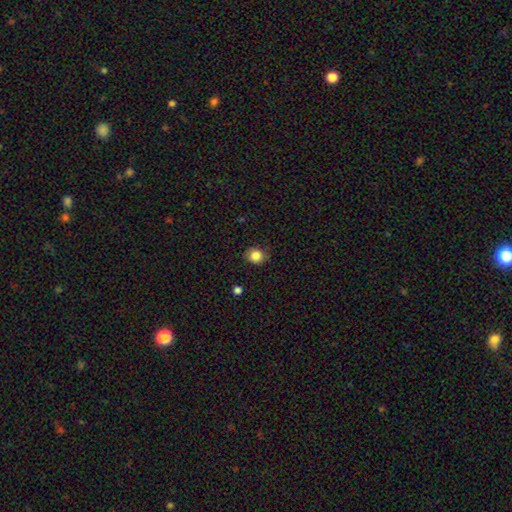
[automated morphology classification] smooth_or_featured: smooth (p=0.85) [alt: star or artifact p=0.10]
how_rounded: round (p=0.81) [alt: in between p=0.18]
merging: none (p=0.81) [alt: minor disturbance p=0.14]